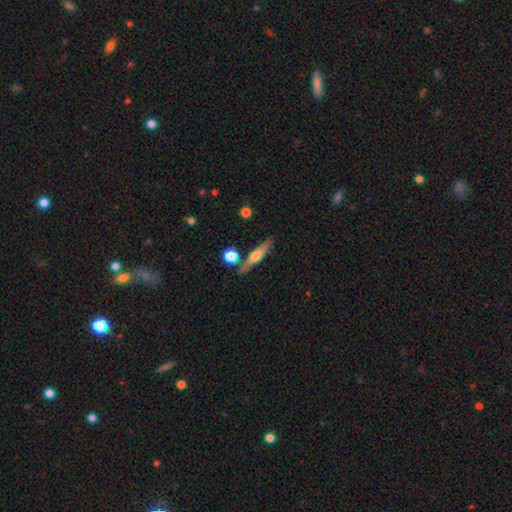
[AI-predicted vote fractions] The model was most divided on "smooth or featured": featured or disk: 67%, smooth: 27%, star or artifact: 7%. More confident: edge-on disk — yes (96%); edge-on bulge — rounded (91%); merging — none (81%).